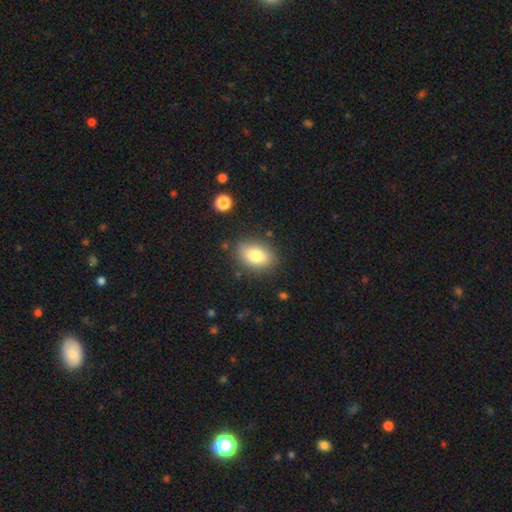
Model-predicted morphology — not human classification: Smooth or featured?
  - smooth: 80% *
  - featured or disk: 12%
  - star or artifact: 9%
How rounded?
  - in between: 83% *
  - round: 15%
  - cigar-shaped: 2%
Merging?
  - none: 82% *
  - minor disturbance: 12%
  - major disturbance: 4%
  - merger: 2%